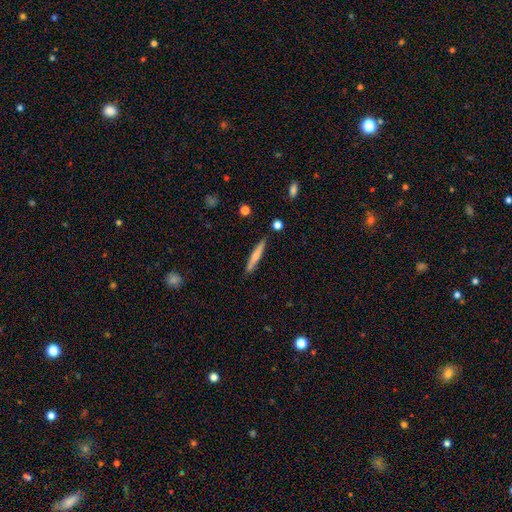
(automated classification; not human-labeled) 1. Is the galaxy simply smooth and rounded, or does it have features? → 64% smooth, 30% featured or disk, 6% star or artifact.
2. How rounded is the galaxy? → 95% cigar-shaped, 4% in between, 1% round.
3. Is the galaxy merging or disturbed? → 88% none, 8% minor disturbance, 2% merger, 2% major disturbance.